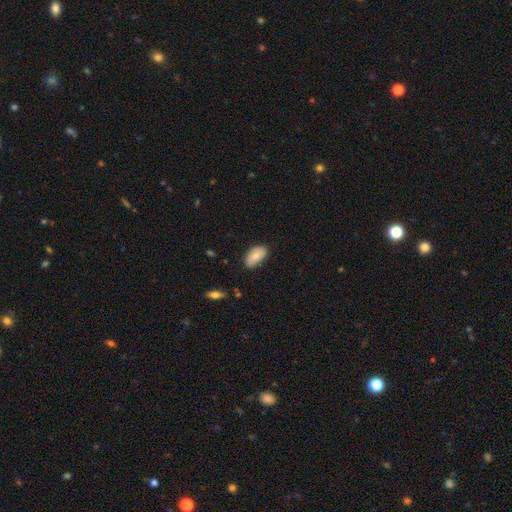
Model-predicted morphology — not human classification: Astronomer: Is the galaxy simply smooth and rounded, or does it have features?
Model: smooth — 80%.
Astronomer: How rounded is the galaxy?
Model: in between — 94%.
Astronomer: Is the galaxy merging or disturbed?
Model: none — 78%.